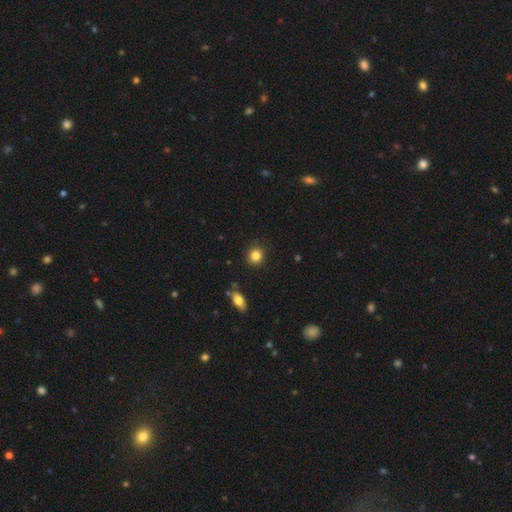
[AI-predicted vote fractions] Overall: smooth (84%). How rounded: round (84%). Merging: none (89%).